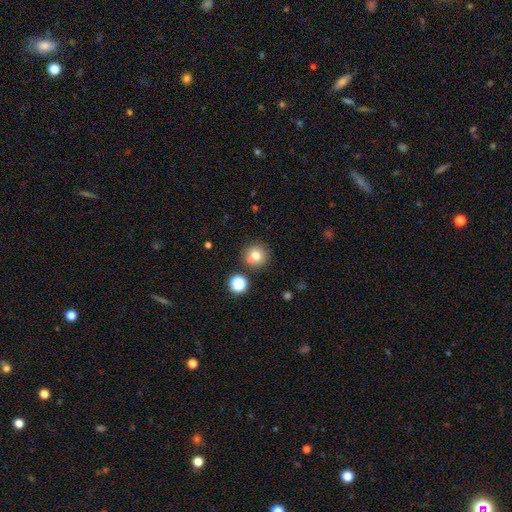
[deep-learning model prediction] The model was most divided on "merging": none: 72%, merger: 17%, minor disturbance: 9%, major disturbance: 3%. More confident: how rounded — round (93%); smooth or featured — smooth (75%).